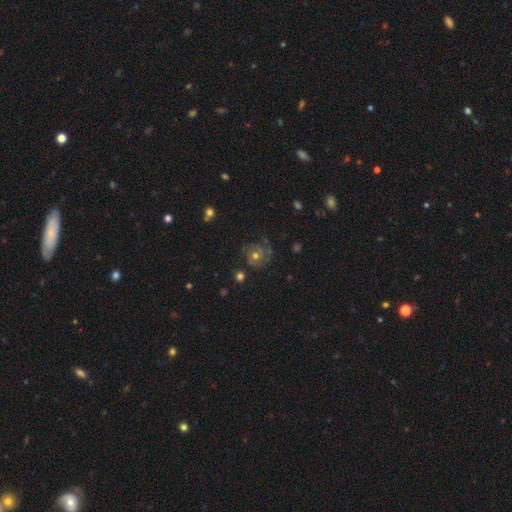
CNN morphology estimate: Q: Smooth or featured?
A: featured or disk (59%); runner-up: smooth (22%)
Q: Edge-on disk?
A: no (97%); runner-up: yes (3%)
Q: Bar?
A: no (82%); runner-up: weak (15%)
Q: Spiral arms?
A: yes (85%); runner-up: no (15%)
Q: Bulge size?
A: moderate (63%); runner-up: small (29%)
Q: Merging?
A: none (70%); runner-up: minor disturbance (16%)